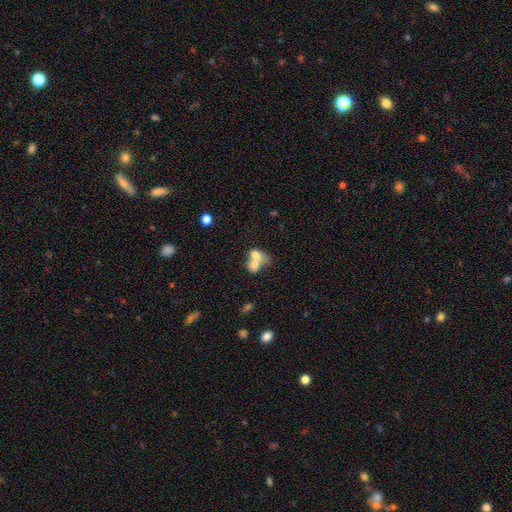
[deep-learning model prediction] Morphology: type=smooth (66%); roundness=in between (61%); merging=merger (75%).